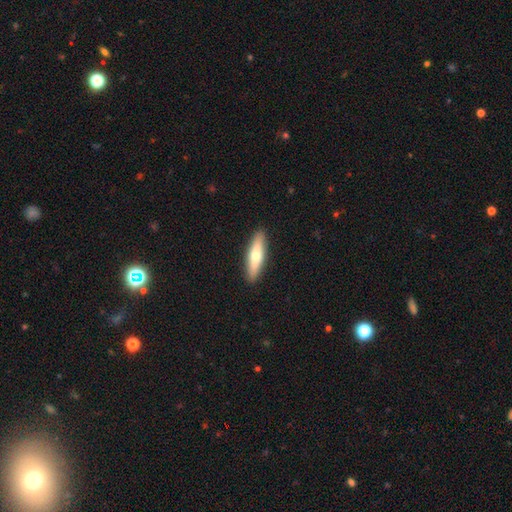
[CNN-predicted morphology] Smooth or featured? Predicted: smooth (p=0.60). How rounded? Predicted: cigar-shaped (p=0.73). Merging? Predicted: none (p=0.91).